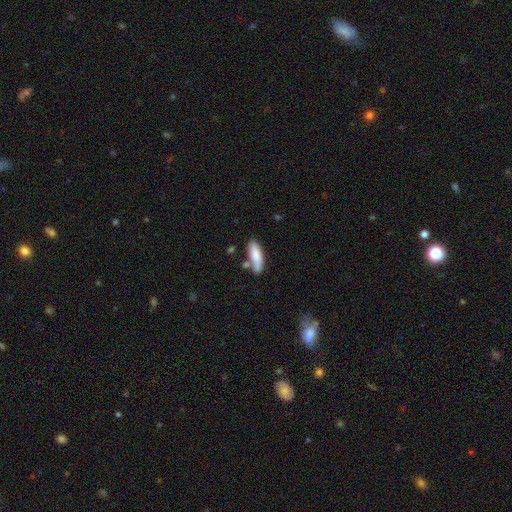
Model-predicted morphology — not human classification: type=smooth (81%); roundness=in between (54%); merging=none (59%).